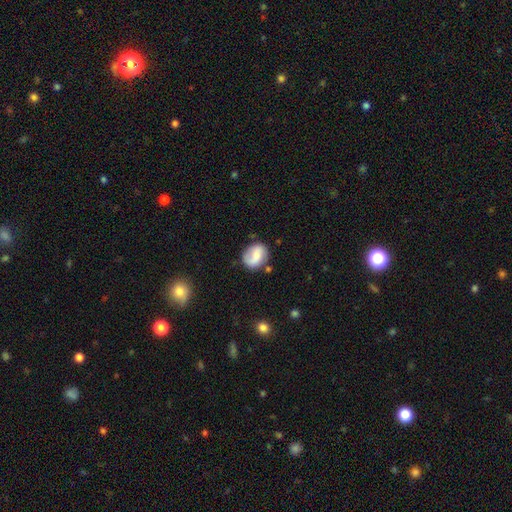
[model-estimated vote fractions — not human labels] Q: Smooth or featured?
A: smooth (52%); runner-up: featured or disk (40%)
Q: How rounded?
A: round (57%); runner-up: in between (42%)
Q: Merging?
A: none (68%); runner-up: minor disturbance (20%)